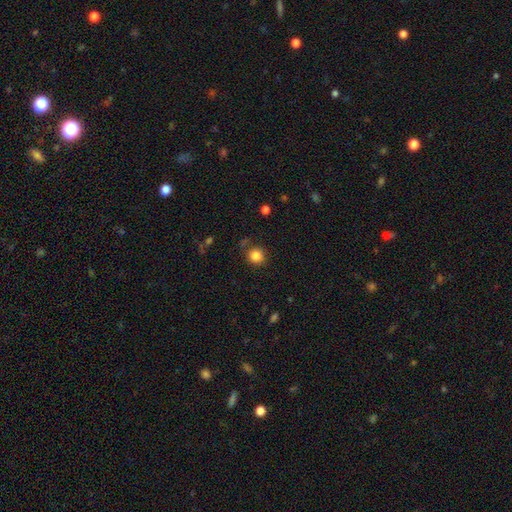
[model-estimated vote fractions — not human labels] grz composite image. It shows a smooth galaxy with no disk features (84%) that is round (91%). Merging: none (83%).